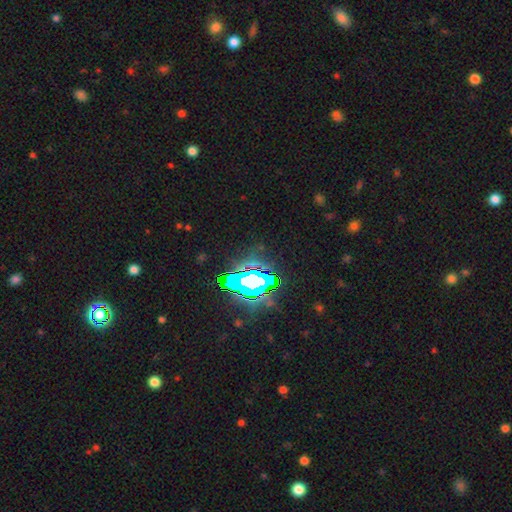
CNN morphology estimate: Smooth or featured? Predicted: star or artifact (p=0.75).